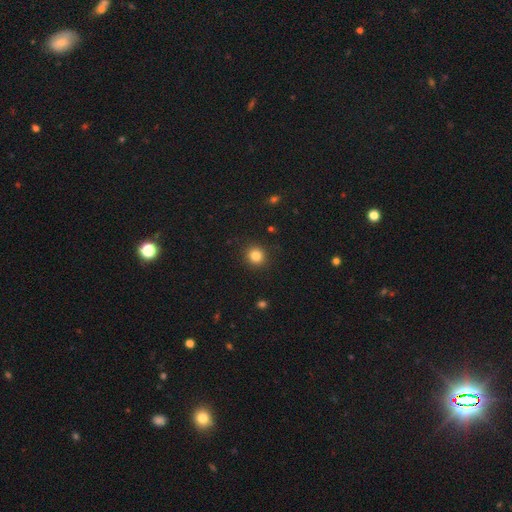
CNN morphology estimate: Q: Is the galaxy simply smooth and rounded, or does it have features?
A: smooth — 83%.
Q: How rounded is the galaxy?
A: round — 90%.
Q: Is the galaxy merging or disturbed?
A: none — 91%.